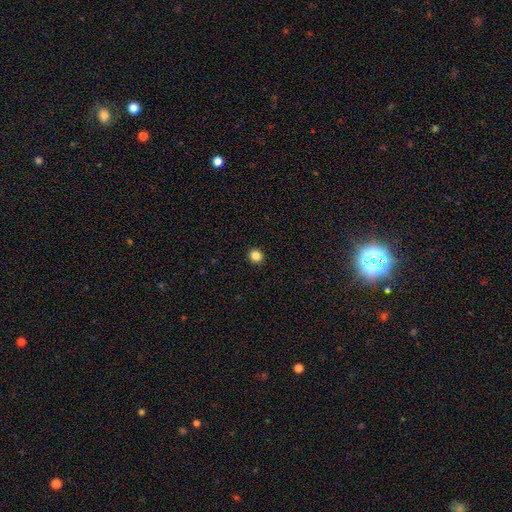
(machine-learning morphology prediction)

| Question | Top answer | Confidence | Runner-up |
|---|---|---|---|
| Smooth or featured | smooth | 85% | star or artifact (11%) |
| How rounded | round | 89% | in between (10%) |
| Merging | none | 93% | minor disturbance (4%) |